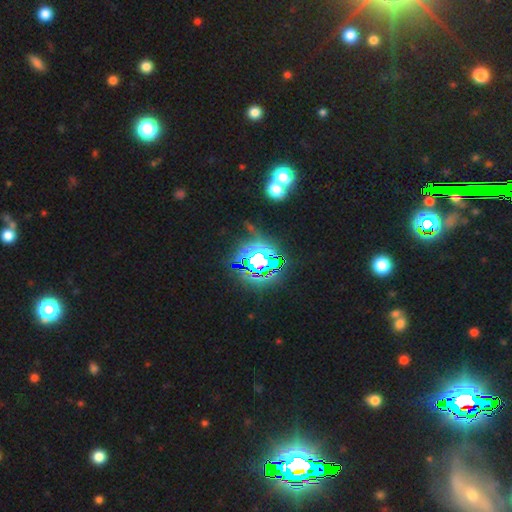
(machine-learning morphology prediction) smooth_or_featured: star or artifact (p=0.81) [alt: smooth p=0.12]